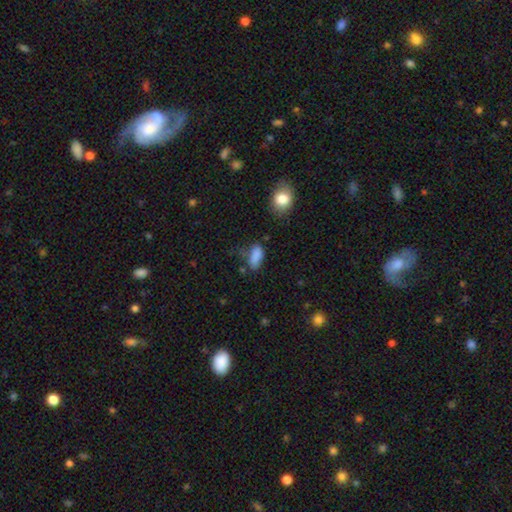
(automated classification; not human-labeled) Smooth or featured? Predicted: smooth (p=0.83). How rounded? Predicted: in between (p=0.86). Merging? Predicted: none (p=0.50).